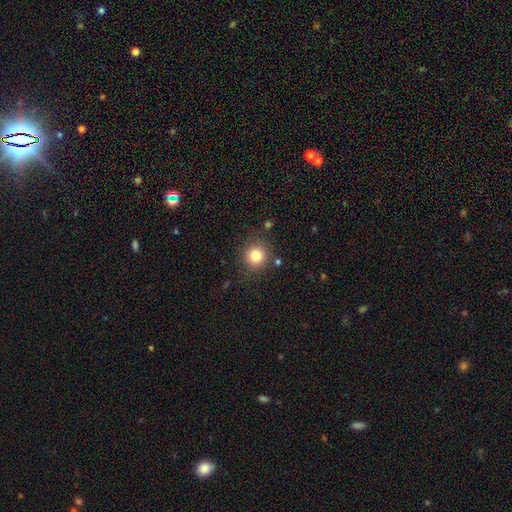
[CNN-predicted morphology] This is clearly a smooth galaxy (81%). How rounded: clearly round (93%). Merging: clearly none (86%).